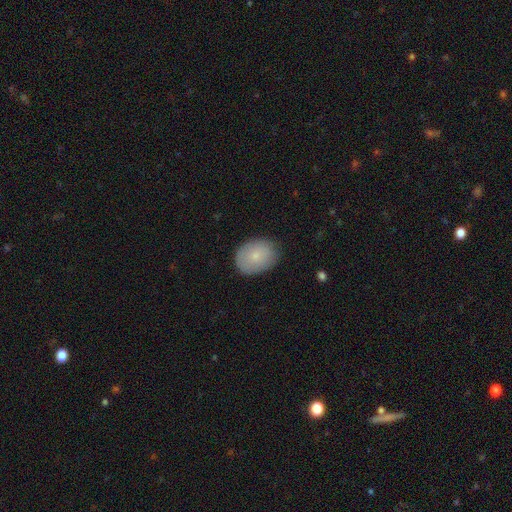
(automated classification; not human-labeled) Q: Smooth or featured?
A: smooth (79%); runner-up: featured or disk (14%)
Q: How rounded?
A: in between (63%); runner-up: round (36%)
Q: Merging?
A: none (81%); runner-up: minor disturbance (14%)